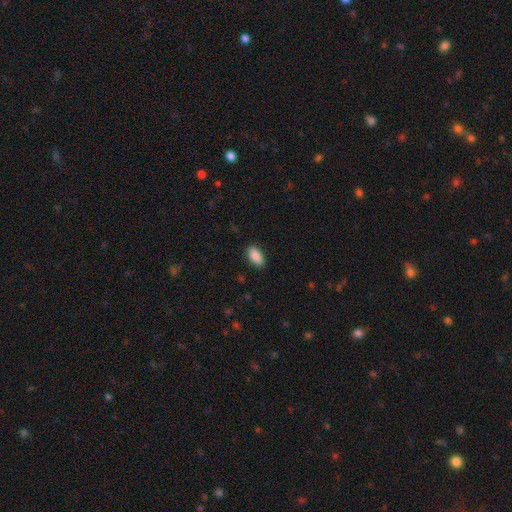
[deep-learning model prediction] Smooth or featured? Predicted: smooth (p=0.89). How rounded? Predicted: in between (p=0.93). Merging? Predicted: none (p=0.88).